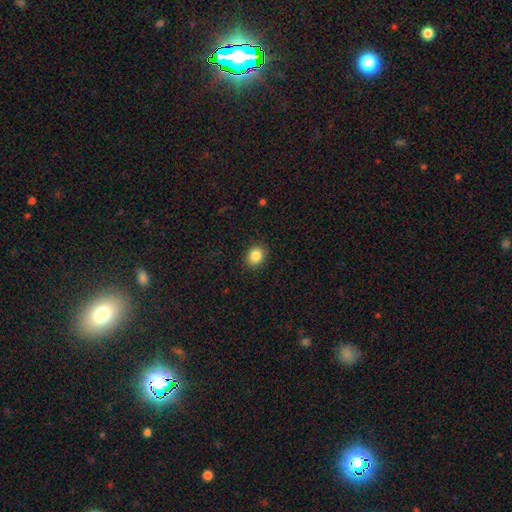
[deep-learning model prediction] smooth_or_featured: smooth (p=0.86) [alt: star or artifact p=0.10]
how_rounded: round (p=0.62) [alt: in between p=0.37]
merging: none (p=0.89) [alt: minor disturbance p=0.07]